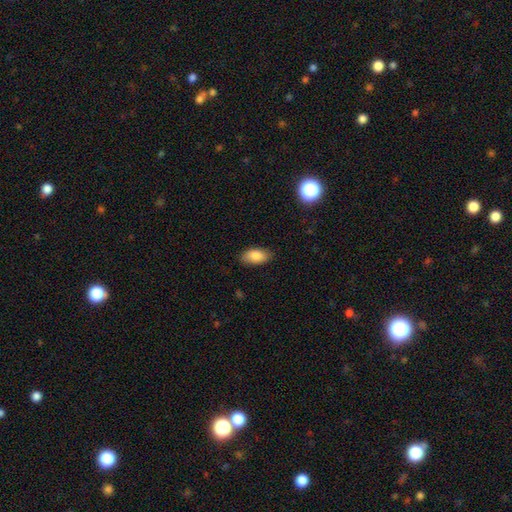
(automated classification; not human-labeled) Q: Smooth or featured?
A: smooth (85%); runner-up: featured or disk (8%)
Q: How rounded?
A: in between (92%); runner-up: cigar-shaped (4%)
Q: Merging?
A: none (86%); runner-up: minor disturbance (11%)